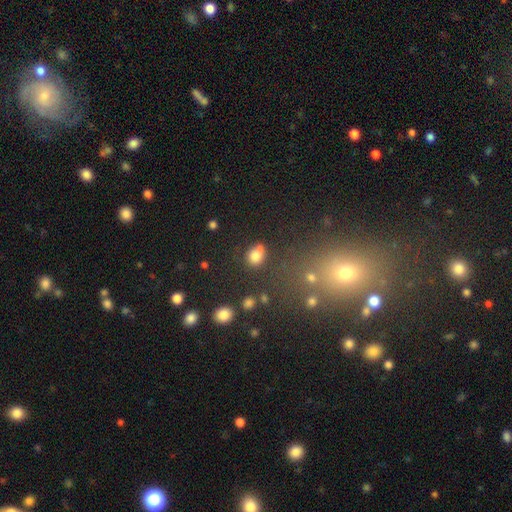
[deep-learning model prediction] smooth_or_featured: smooth (p=0.79) [alt: star or artifact p=0.13]
how_rounded: round (p=0.52) [alt: in between p=0.46]
merging: none (p=0.57) [alt: minor disturbance p=0.20]